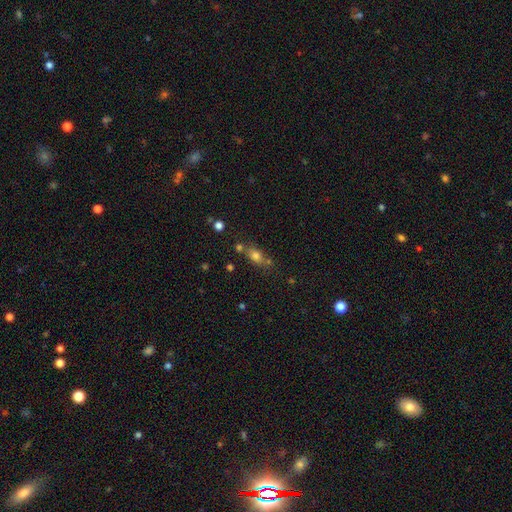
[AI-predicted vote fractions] This appears to be a smooth galaxy with no disk features (72%) that is in between round and cigar-shaped (65%). Merging: none (58%).